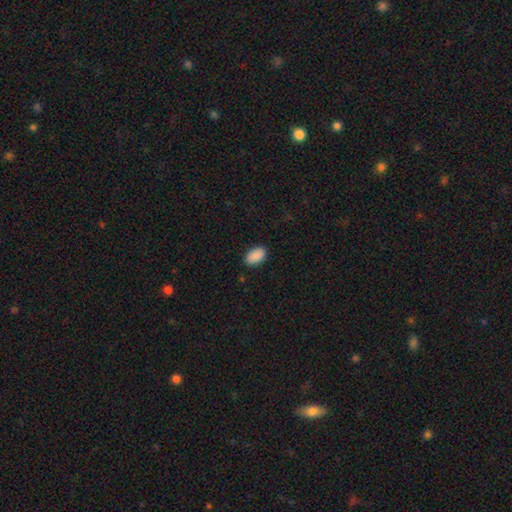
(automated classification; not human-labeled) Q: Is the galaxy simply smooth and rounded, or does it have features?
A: smooth — 90%.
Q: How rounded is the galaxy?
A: in between — 94%.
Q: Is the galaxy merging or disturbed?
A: none — 88%.